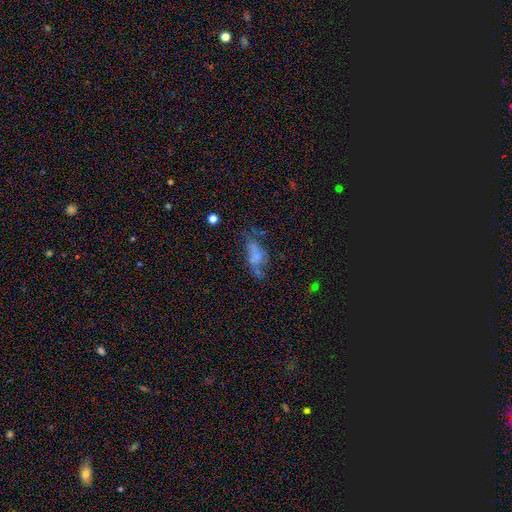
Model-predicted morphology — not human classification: This is possibly a smooth galaxy (49%). Merging: marginally none (35%).